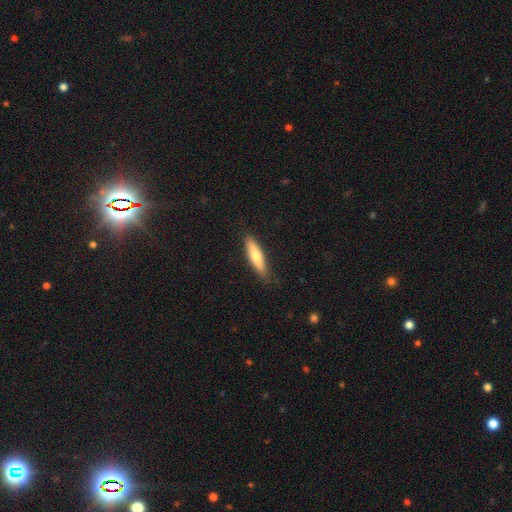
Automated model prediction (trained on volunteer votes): Smooth or featured?
  - smooth: 66% *
  - featured or disk: 29%
  - star or artifact: 6%
How rounded?
  - cigar-shaped: 69% *
  - in between: 29%
  - round: 2%
Merging?
  - none: 83% *
  - minor disturbance: 13%
  - major disturbance: 2%
  - merger: 1%